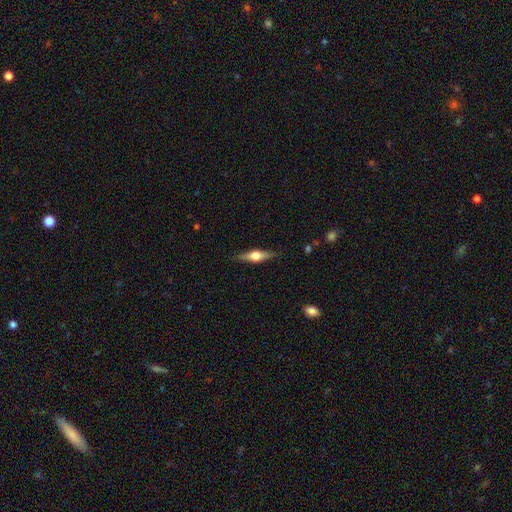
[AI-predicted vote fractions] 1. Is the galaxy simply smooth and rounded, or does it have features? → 63% featured or disk, 31% smooth, 6% star or artifact.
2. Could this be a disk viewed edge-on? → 96% yes, 4% no.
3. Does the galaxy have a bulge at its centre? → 92% rounded, 6% boxy, 2% none.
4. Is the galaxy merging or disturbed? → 87% none, 10% minor disturbance, 2% major disturbance, 1% merger.